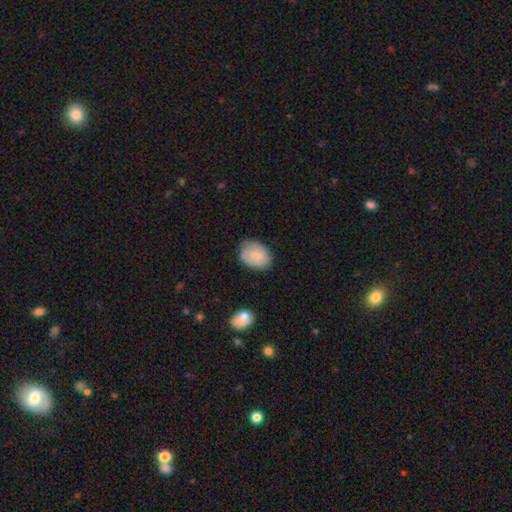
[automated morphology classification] Smooth or featured? smooth (76%)
How rounded? in between (74%)
Merging? none (69%)